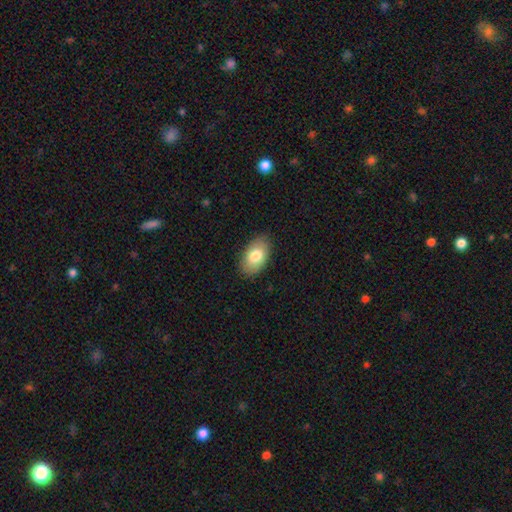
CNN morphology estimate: Smooth or featured?
  - smooth: 80% *
  - featured or disk: 14%
  - star or artifact: 7%
How rounded?
  - in between: 93% *
  - round: 6%
  - cigar-shaped: 1%
Merging?
  - none: 86% *
  - minor disturbance: 11%
  - major disturbance: 2%
  - merger: 1%